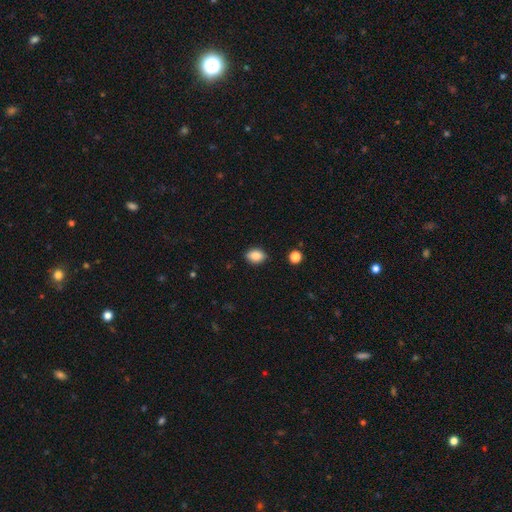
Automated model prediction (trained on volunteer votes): Smooth or featured?
  - smooth: 85% *
  - star or artifact: 9%
  - featured or disk: 6%
How rounded?
  - in between: 72% *
  - round: 26%
  - cigar-shaped: 2%
Merging?
  - none: 83% *
  - minor disturbance: 13%
  - major disturbance: 2%
  - merger: 2%